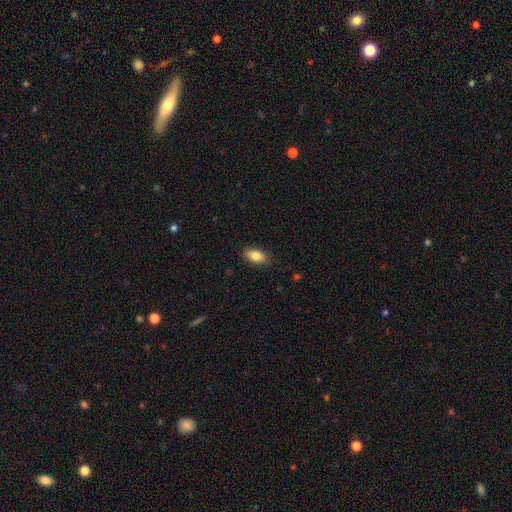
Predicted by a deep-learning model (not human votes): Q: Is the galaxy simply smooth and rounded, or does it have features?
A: smooth — 84%.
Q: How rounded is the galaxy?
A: in between — 90%.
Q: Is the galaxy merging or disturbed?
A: none — 87%.